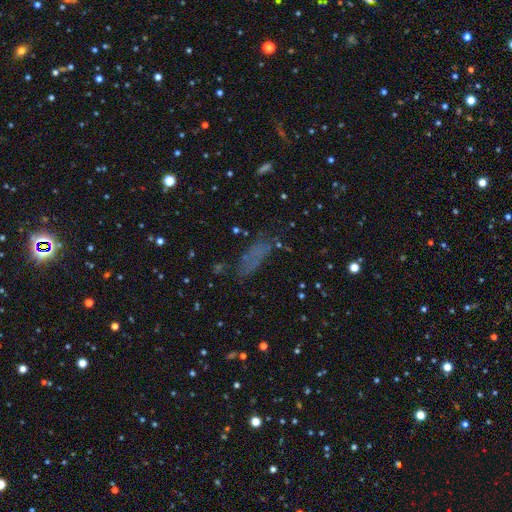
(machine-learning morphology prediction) This appears to be a smooth galaxy with no disk features (57%) that is in between round and cigar-shaped (56%). Merging: none (62%).